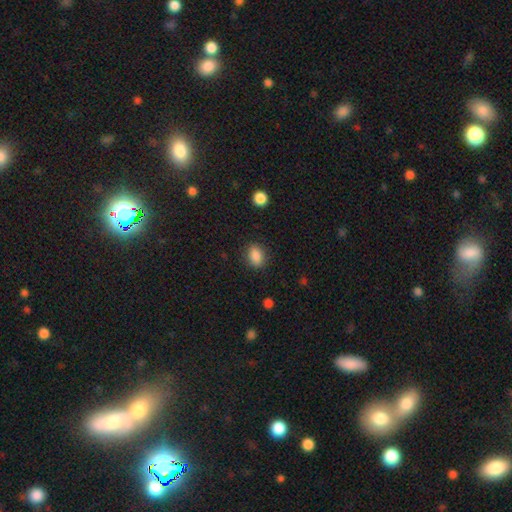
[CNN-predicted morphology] A smooth galaxy with no disk features (87%) that is in between round and cigar-shaped (70%). Merging: none (86%).